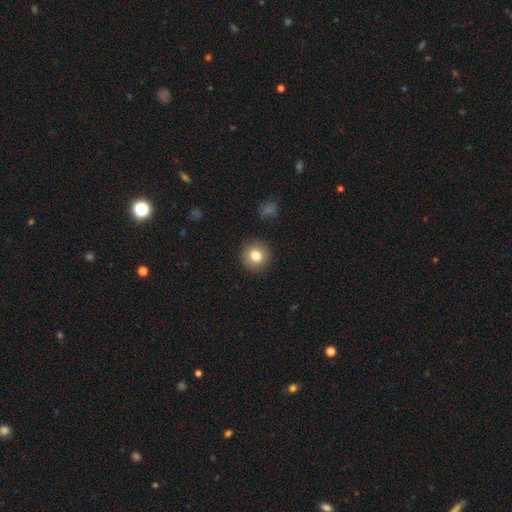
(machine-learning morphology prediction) Overall: smooth (80%). How rounded: round (93%). Merging: none (91%).